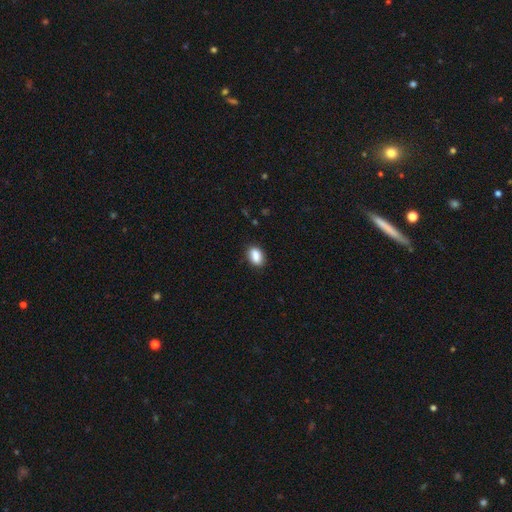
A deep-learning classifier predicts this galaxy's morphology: type=smooth (87%); roundness=in between (86%); merging=none (82%).